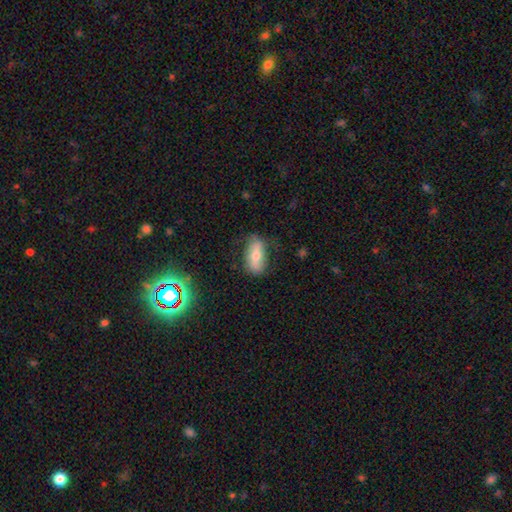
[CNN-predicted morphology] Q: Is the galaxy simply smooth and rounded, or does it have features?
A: smooth — 55%.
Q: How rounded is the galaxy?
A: in between — 78%.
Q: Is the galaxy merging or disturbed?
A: none — 75%.